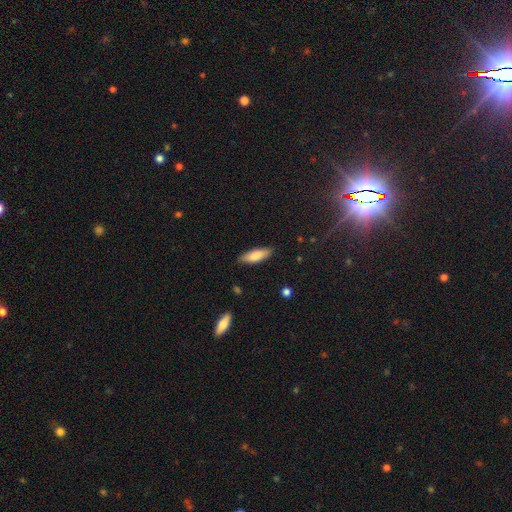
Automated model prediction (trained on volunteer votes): smooth 80%, featured or disk 14%, star or artifact 6%. Down the decision tree: how rounded — in between (57%); merging — none (85%).